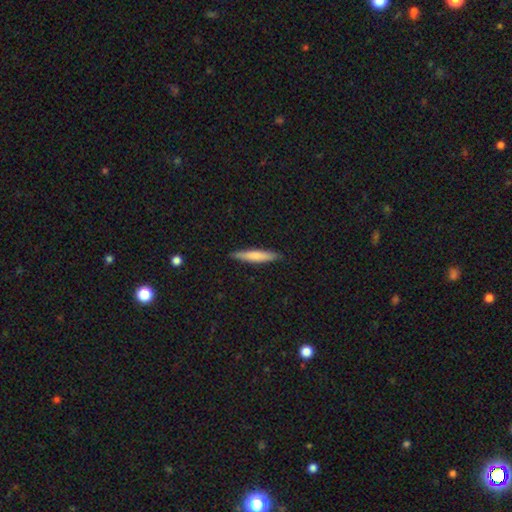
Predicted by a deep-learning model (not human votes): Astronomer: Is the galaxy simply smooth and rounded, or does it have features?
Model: smooth — 73%.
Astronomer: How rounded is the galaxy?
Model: cigar-shaped — 89%.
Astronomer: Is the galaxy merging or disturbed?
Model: none — 89%.